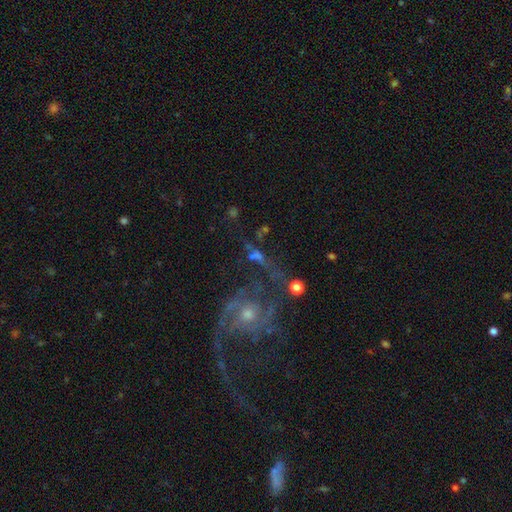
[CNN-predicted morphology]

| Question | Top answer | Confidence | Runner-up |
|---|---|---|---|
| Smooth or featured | featured or disk | 61% | smooth (20%) |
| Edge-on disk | no | 93% | yes (7%) |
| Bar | no | 68% | weak (23%) |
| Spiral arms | yes | 78% | no (22%) |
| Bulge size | small | 48% | moderate (38%) |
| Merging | none | 49% | major disturbance (21%) |